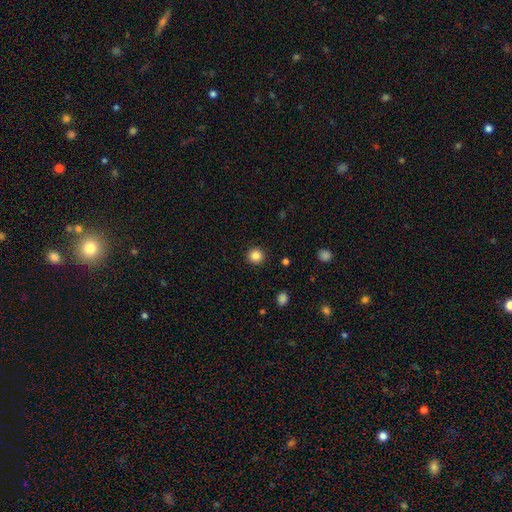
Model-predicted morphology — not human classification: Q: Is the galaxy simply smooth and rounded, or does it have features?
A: smooth — 85%.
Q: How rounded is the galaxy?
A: round — 93%.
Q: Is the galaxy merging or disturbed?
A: none — 92%.